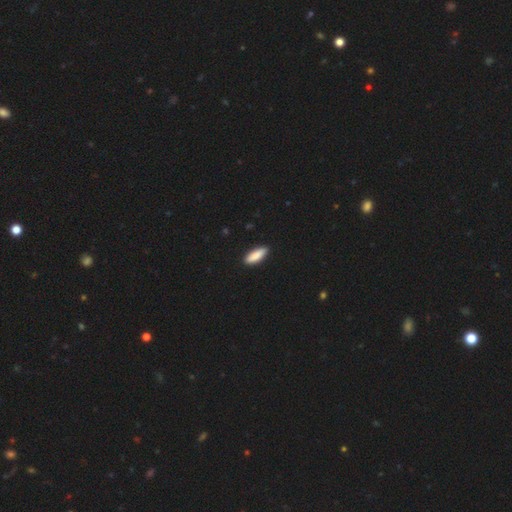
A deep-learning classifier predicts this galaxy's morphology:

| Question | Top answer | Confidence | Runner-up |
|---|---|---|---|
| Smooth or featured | smooth | 88% | featured or disk (7%) |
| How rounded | in between | 56% | cigar-shaped (43%) |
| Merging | none | 89% | minor disturbance (8%) |